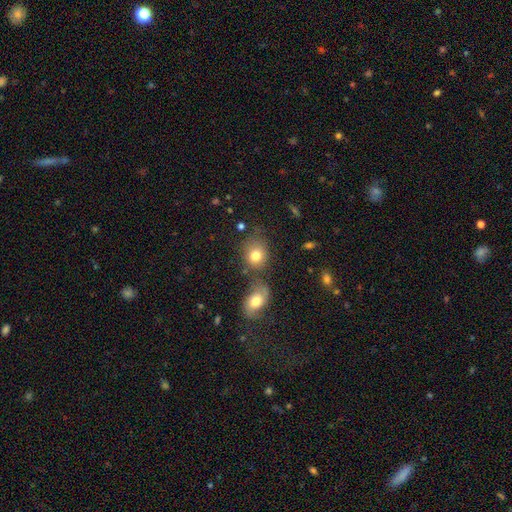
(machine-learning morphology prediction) A smooth galaxy with no disk features (78%) that is round (60%).

Vote fractions:
- Smooth or featured? smooth: 78% / featured or disk: 11% / star or artifact: 10%
- How rounded? round: 60% / in between: 39% / cigar-shaped: 1%
- Merging? none: 59% / merger: 21% / minor disturbance: 14% / major disturbance: 6%